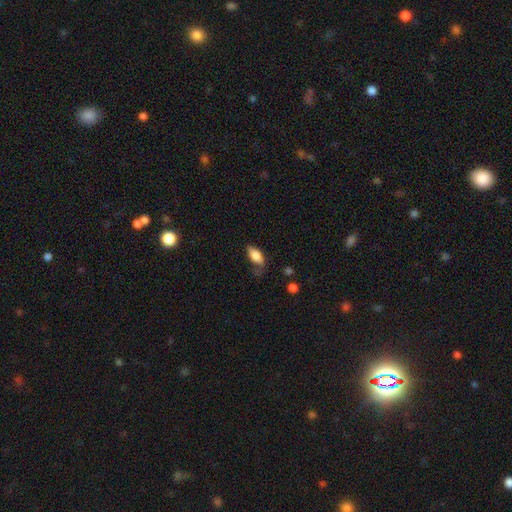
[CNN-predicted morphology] This appears to be a smooth galaxy with no disk features (81%) that is in between round and cigar-shaped (87%). Merging: none (49%).